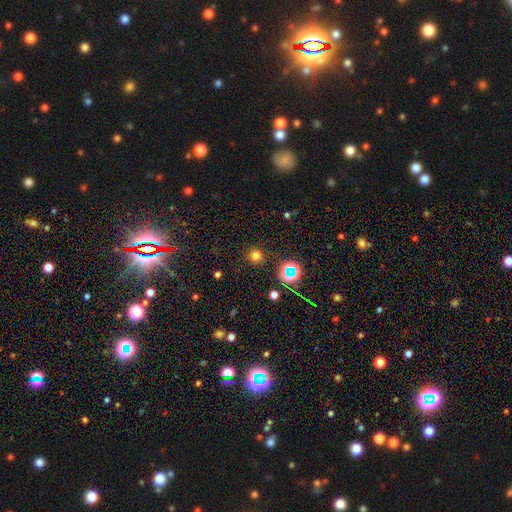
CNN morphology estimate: Smooth or featured?
  - smooth: 70% *
  - star or artifact: 25%
  - featured or disk: 5%
How rounded?
  - round: 94% *
  - in between: 5%
  - cigar-shaped: 1%
Merging?
  - none: 88% *
  - minor disturbance: 7%
  - major disturbance: 3%
  - merger: 2%